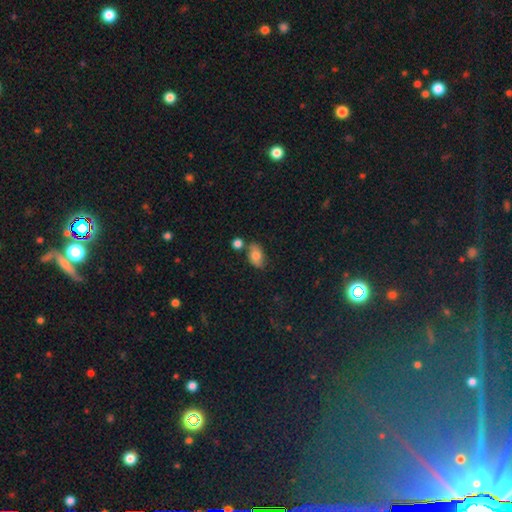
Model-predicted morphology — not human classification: smooth-or-featured: smooth: 74% | featured or disk: 16% | star or artifact: 10%
  how-rounded: in between: 86% | round: 12% | cigar-shaped: 2%
  merging: none: 64% | minor disturbance: 18% | merger: 14% | major disturbance: 5%